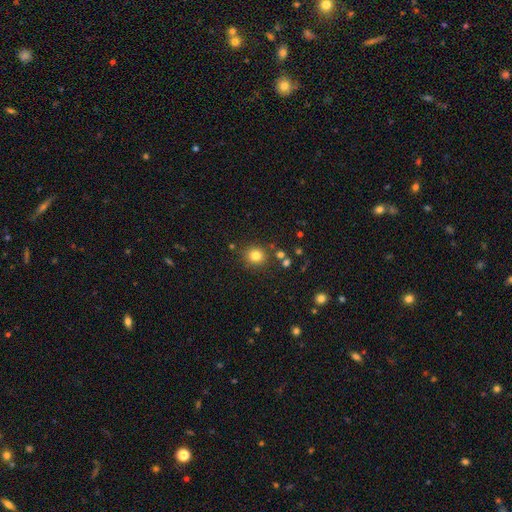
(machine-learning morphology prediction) Smooth or featured? smooth (80%)
How rounded? round (87%)
Merging? none (84%)